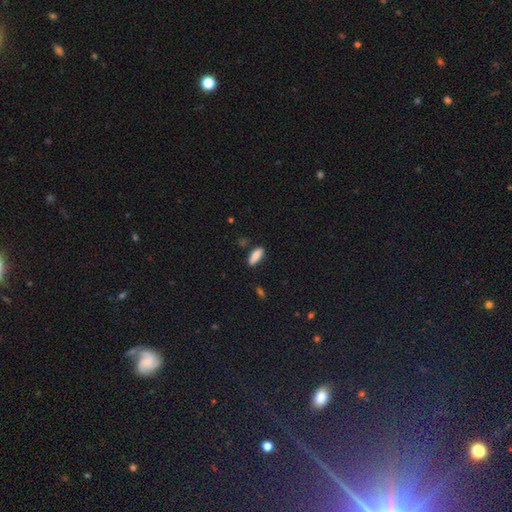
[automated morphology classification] Smooth or featured?
  - smooth: 85% *
  - featured or disk: 8%
  - star or artifact: 7%
How rounded?
  - in between: 65% *
  - cigar-shaped: 33%
  - round: 2%
Merging?
  - none: 82% *
  - minor disturbance: 13%
  - merger: 3%
  - major disturbance: 2%